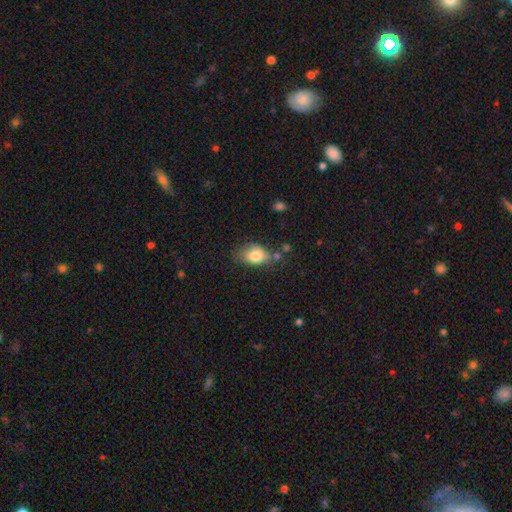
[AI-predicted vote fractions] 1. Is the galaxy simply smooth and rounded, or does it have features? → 80% smooth, 11% featured or disk, 8% star or artifact.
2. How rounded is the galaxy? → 82% in between, 16% round, 2% cigar-shaped.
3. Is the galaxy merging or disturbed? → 51% none, 32% minor disturbance, 9% major disturbance, 8% merger.